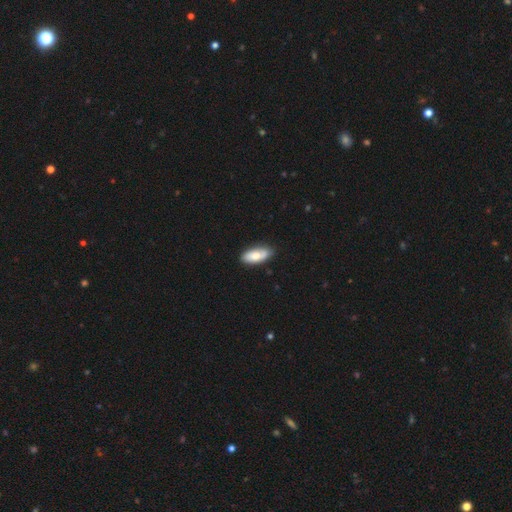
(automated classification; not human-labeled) smooth 76%, featured or disk 18%, star or artifact 6%. Down the decision tree: how rounded — in between (85%); merging — none (77%).